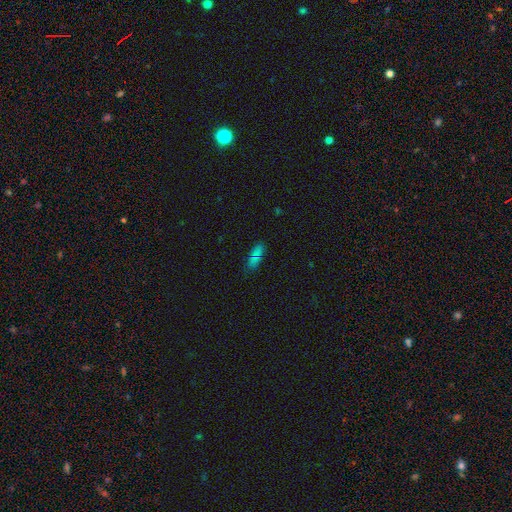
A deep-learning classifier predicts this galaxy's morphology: type=smooth (72%); roundness=in between (66%); merging=none (76%).